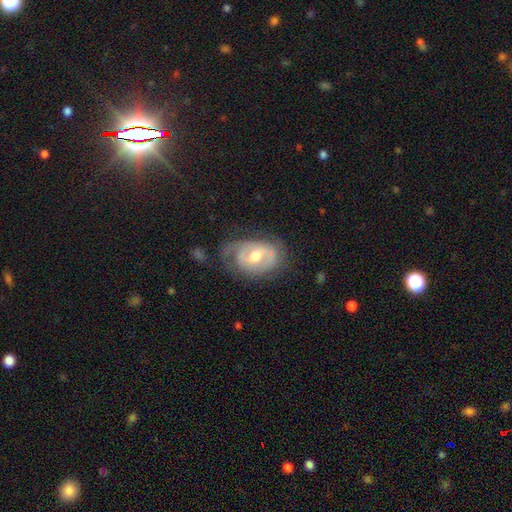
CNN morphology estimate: The model was most divided on "bar": weak: 46%, no: 37%, strong: 17%. More confident: edge-on disk — no (95%); bulge size — moderate (71%); smooth or featured — featured or disk (68%); spiral arms — yes (66%); merging — none (52%).